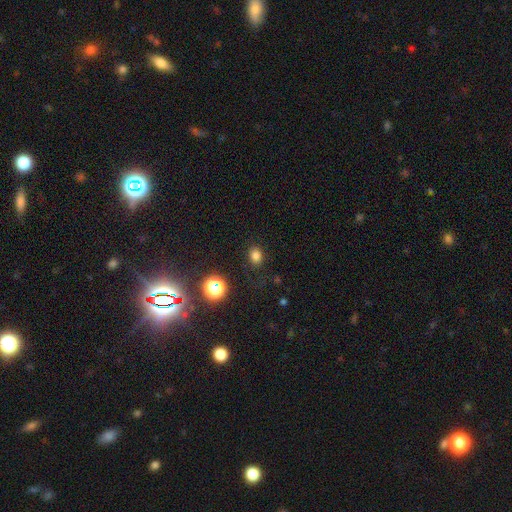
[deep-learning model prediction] The model was most divided on "how rounded": in between: 51%, round: 47%, cigar-shaped: 1%. More confident: merging — none (85%); smooth or featured — smooth (78%).